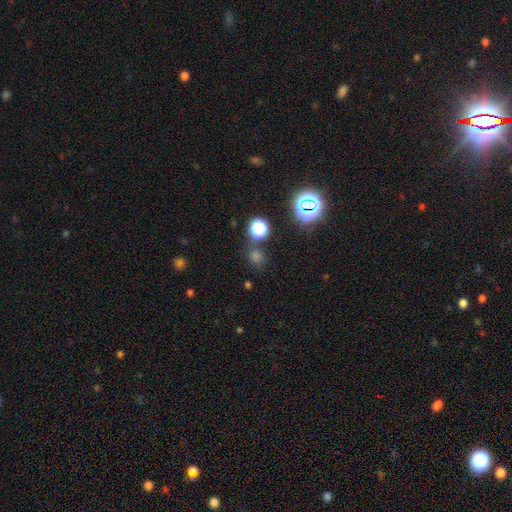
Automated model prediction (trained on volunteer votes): A smooth galaxy with no disk features (57%) that is round (81%).

Vote fractions:
- Smooth or featured? smooth: 57% / star or artifact: 37% / featured or disk: 6%
- How rounded? round: 81% / in between: 18% / cigar-shaped: 1%
- Merging? none: 77% / merger: 10% / minor disturbance: 9% / major disturbance: 4%